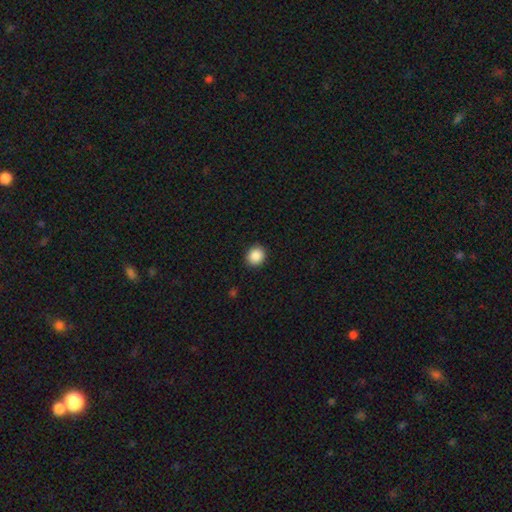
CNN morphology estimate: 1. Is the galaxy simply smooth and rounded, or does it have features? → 89% smooth, 9% star or artifact, 3% featured or disk.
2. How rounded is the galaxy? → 80% round, 19% in between, 1% cigar-shaped.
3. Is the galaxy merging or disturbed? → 91% none, 6% minor disturbance, 2% major disturbance, 1% merger.